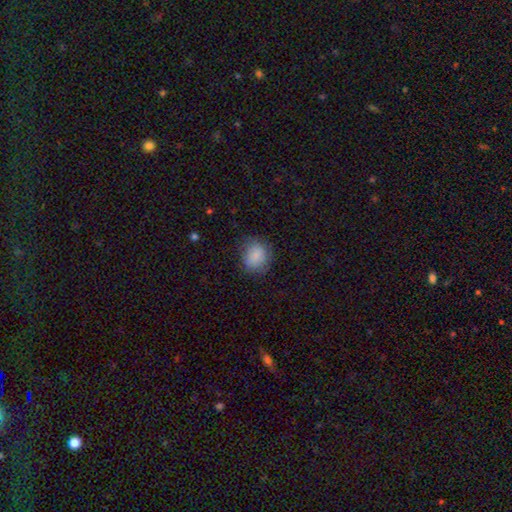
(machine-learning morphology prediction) The model was most divided on "how rounded": round: 62%, in between: 37%, cigar-shaped: 1%. More confident: smooth or featured — smooth (85%); merging — none (72%).